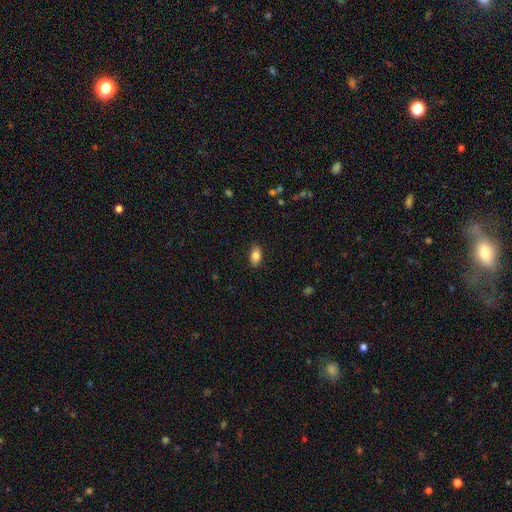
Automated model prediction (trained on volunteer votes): Overall: smooth (83%). How rounded: in between (90%). Merging: none (88%).